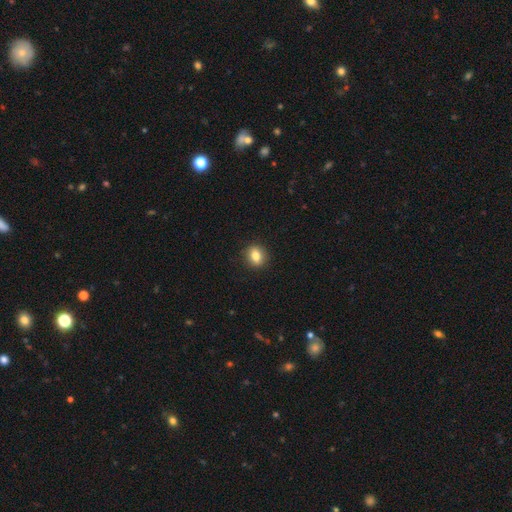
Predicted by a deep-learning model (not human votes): A smooth galaxy with no disk features (81%) that is round (55%).

Vote fractions:
- Smooth or featured? smooth: 81% / featured or disk: 10% / star or artifact: 10%
- How rounded? round: 55% / in between: 43% / cigar-shaped: 2%
- Merging? none: 89% / minor disturbance: 8% / major disturbance: 2% / merger: 1%